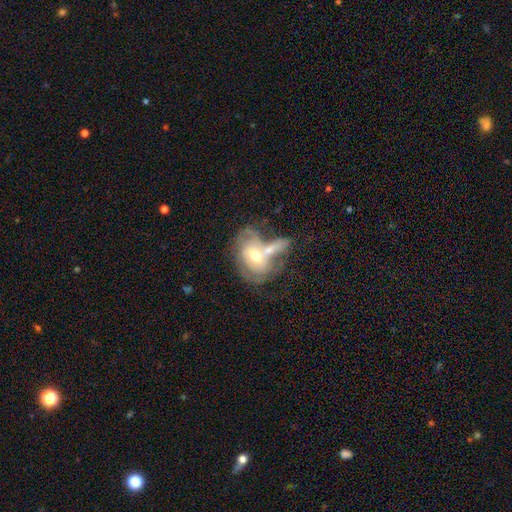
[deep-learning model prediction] This is possibly a featured or disk galaxy (59%). It is clearly not viewed edge-on (94%). Bar: likely no (64%). Spiral arm pattern: possibly yes (59%). Central bulge: likely moderate (69%). Merging: possibly merger (59%).